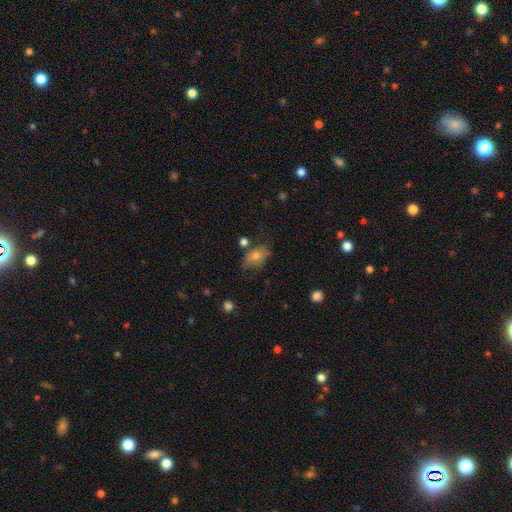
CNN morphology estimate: Q: Smooth or featured?
A: smooth (73%); runner-up: featured or disk (18%)
Q: How rounded?
A: in between (79%); runner-up: round (20%)
Q: Merging?
A: none (65%); runner-up: minor disturbance (21%)